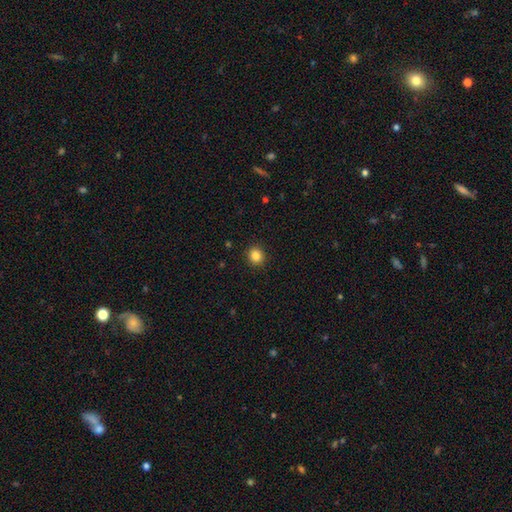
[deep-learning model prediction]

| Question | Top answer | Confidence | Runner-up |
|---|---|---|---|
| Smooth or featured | smooth | 85% | star or artifact (11%) |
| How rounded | round | 84% | in between (15%) |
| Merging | none | 92% | minor disturbance (5%) |